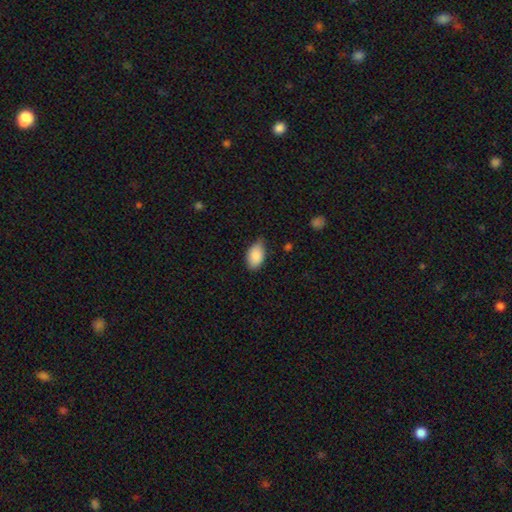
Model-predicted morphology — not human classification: Q: Smooth or featured?
A: smooth (88%); runner-up: star or artifact (7%)
Q: How rounded?
A: in between (93%); runner-up: round (6%)
Q: Merging?
A: none (68%); runner-up: minor disturbance (27%)